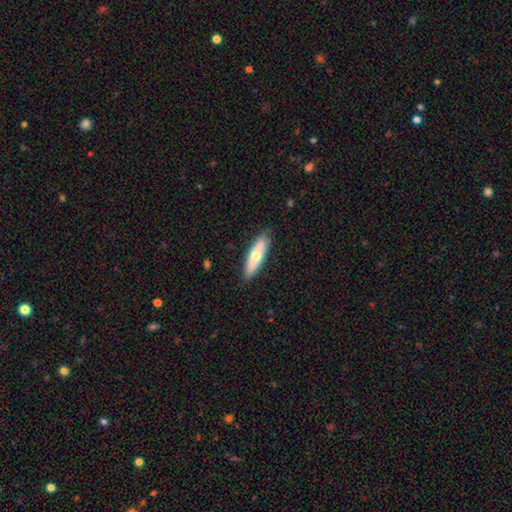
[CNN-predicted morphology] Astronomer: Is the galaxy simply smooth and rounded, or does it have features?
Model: smooth — 63%.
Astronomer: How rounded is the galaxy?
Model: cigar-shaped — 63%.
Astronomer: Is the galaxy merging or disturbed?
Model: none — 87%.